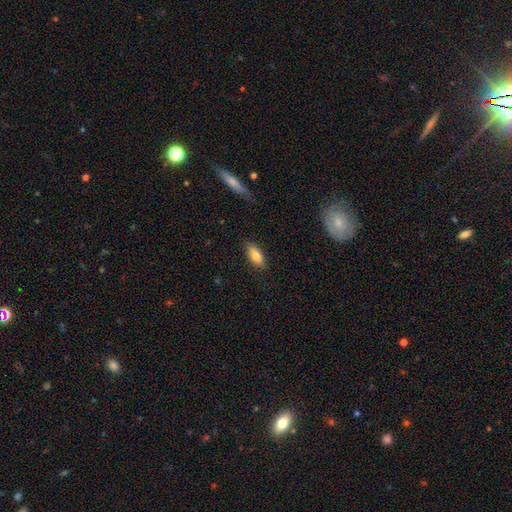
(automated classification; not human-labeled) Smooth or featured: smooth — 76% (featured or disk — 18%)
How rounded: in between — 75% (cigar-shaped — 22%)
Merging: none — 84% (minor disturbance — 12%)